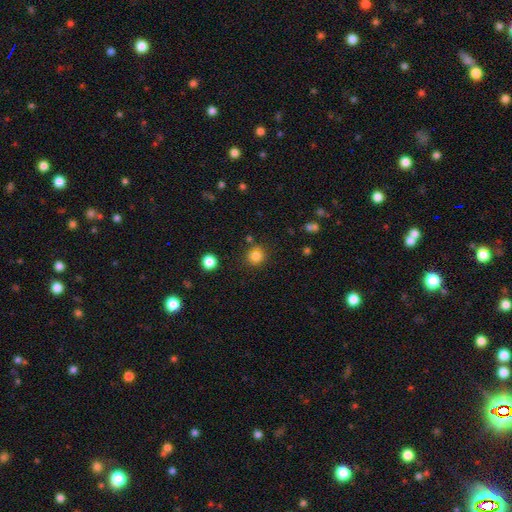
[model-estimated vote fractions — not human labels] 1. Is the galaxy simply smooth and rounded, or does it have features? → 82% smooth, 13% star or artifact, 5% featured or disk.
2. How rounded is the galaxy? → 90% round, 9% in between, 1% cigar-shaped.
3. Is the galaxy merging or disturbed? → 80% none, 10% minor disturbance, 7% merger, 3% major disturbance.